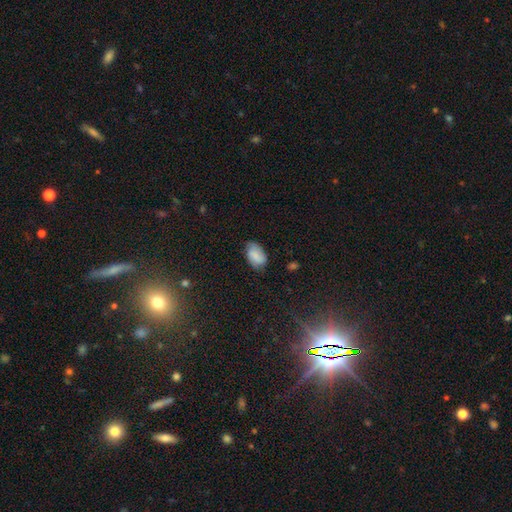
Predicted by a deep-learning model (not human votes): Smooth or featured: smooth — 73% (featured or disk — 19%)
How rounded: in between — 92% (round — 6%)
Merging: none — 68% (minor disturbance — 25%)